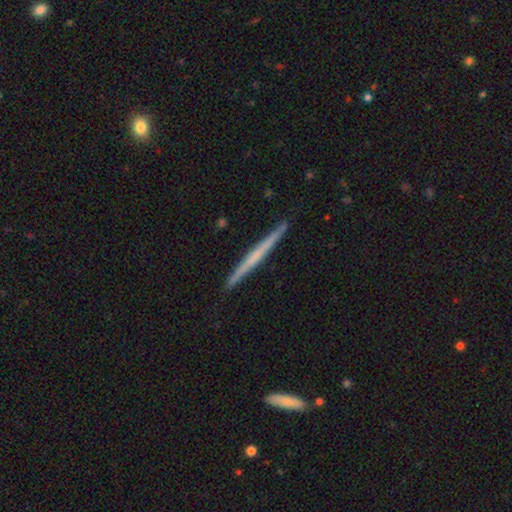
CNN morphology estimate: Q: Smooth or featured?
A: featured or disk (58%); runner-up: smooth (37%)
Q: Edge-on disk?
A: yes (98%); runner-up: no (2%)
Q: Edge-on bulge?
A: none (81%); runner-up: rounded (14%)
Q: Merging?
A: none (92%); runner-up: minor disturbance (6%)